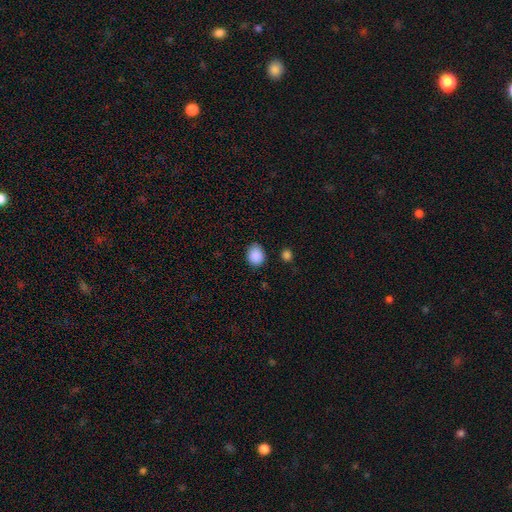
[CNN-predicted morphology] smooth_or_featured: smooth (p=0.89) [alt: star or artifact p=0.09]
how_rounded: round (p=0.56) [alt: in between p=0.43]
merging: none (p=0.81) [alt: minor disturbance p=0.13]